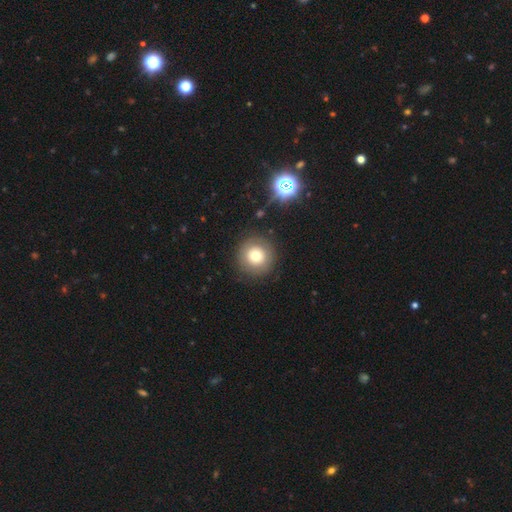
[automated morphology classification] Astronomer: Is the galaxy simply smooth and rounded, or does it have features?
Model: smooth — 70%.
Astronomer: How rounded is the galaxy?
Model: round — 96%.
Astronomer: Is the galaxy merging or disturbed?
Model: none — 88%.